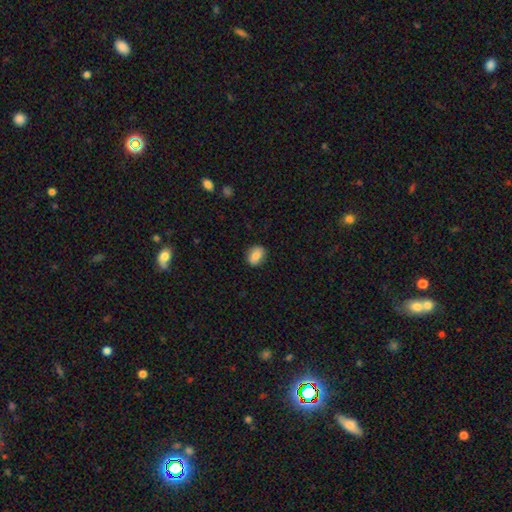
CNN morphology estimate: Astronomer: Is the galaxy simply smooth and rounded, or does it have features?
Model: smooth — 83%.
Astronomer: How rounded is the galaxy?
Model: in between — 65%.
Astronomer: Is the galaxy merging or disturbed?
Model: none — 86%.